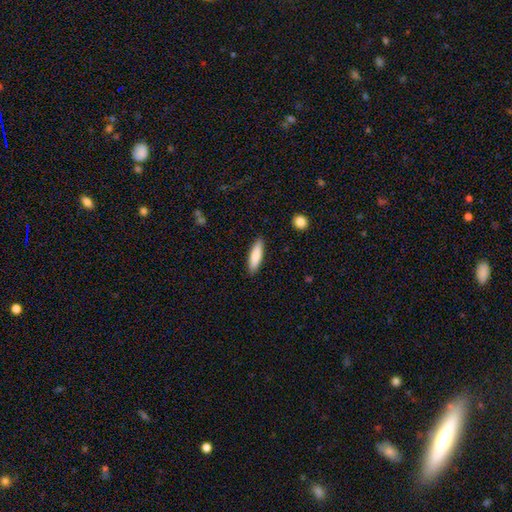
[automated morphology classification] This appears to be a smooth galaxy with no disk features (81%) that is cigar-shaped (68%). Merging: none (89%).